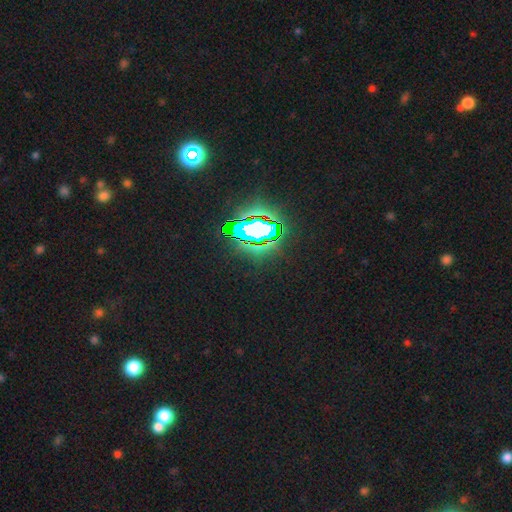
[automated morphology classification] type=star or artifact (82%).